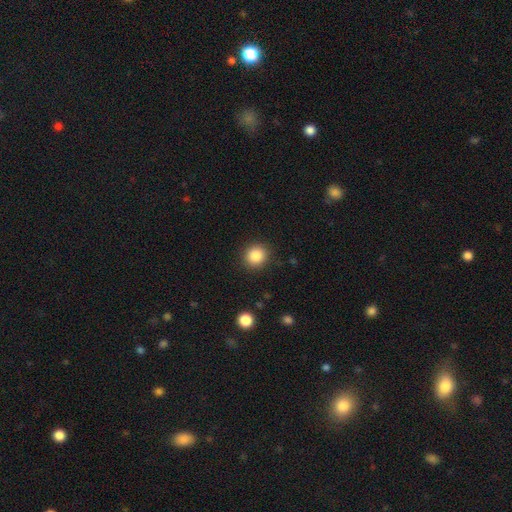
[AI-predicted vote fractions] A smooth galaxy with no disk features (85%) that is round (86%). Merging: none (89%).